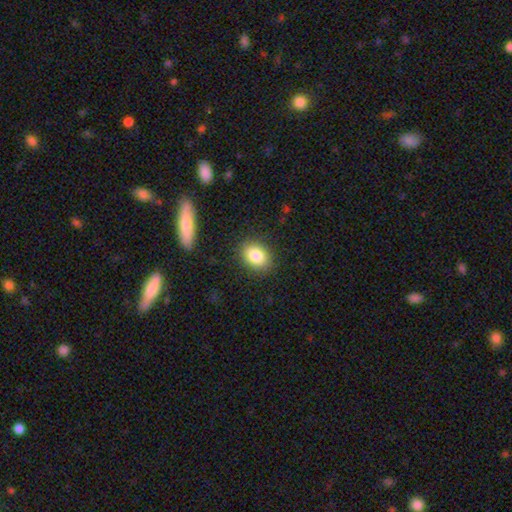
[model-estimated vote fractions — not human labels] Smooth or featured?
  - smooth: 83% *
  - star or artifact: 9%
  - featured or disk: 8%
How rounded?
  - in between: 57% *
  - round: 41%
  - cigar-shaped: 1%
Merging?
  - none: 87% *
  - minor disturbance: 9%
  - major disturbance: 3%
  - merger: 1%